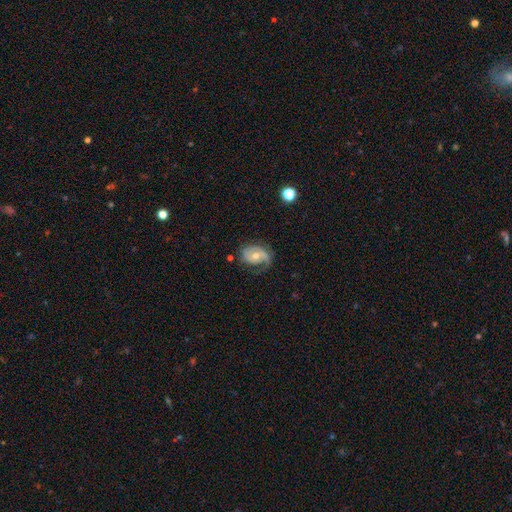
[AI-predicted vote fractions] The model was most divided on "spiral winding": tight: 42%, medium: 39%, loose: 19%. More confident: edge-on disk — no (97%); spiral arms — yes (91%); smooth or featured — featured or disk (77%); bar — no (67%); merging — none (60%); bulge size — moderate (59%); spiral arm count — 2 (52%).